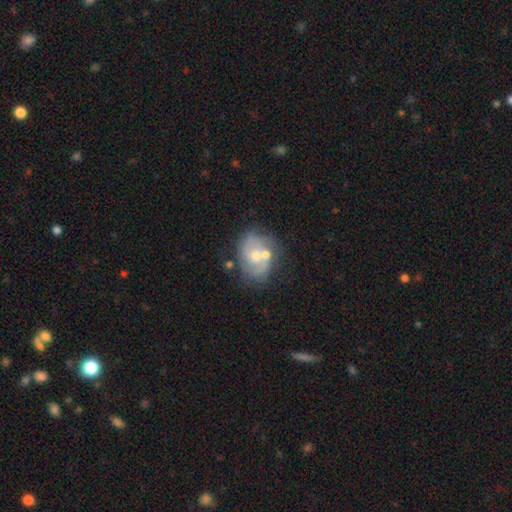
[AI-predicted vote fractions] smooth_or_featured: featured or disk (p=0.72) [alt: smooth p=0.20]
disk_edge_on: no (p=0.97) [alt: yes p=0.03]
bar: no (p=0.66) [alt: weak p=0.29]
has_spiral_arms: yes (p=0.83) [alt: no p=0.17]
spiral_winding: medium (p=0.47) [alt: tight p=0.32]
spiral_arm_count: 2 (p=0.67) [alt: can't tell p=0.17]
bulge_size: moderate (p=0.57) [alt: small p=0.34]
merging: none (p=0.54) [alt: minor disturbance p=0.19]